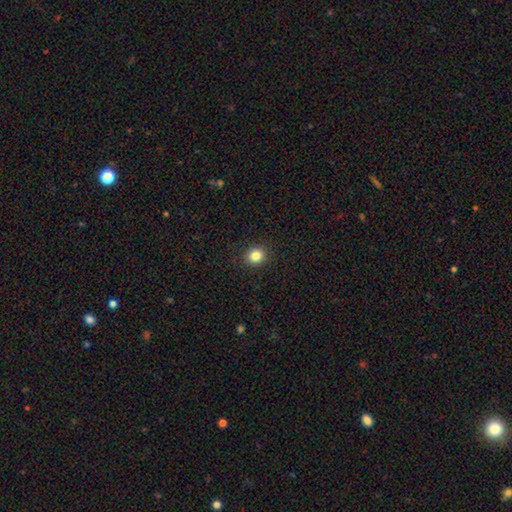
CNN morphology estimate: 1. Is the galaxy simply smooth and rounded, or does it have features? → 84% smooth, 11% star or artifact, 5% featured or disk.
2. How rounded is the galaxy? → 78% round, 21% in between, 1% cigar-shaped.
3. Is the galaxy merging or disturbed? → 91% none, 6% minor disturbance, 2% major disturbance, 1% merger.